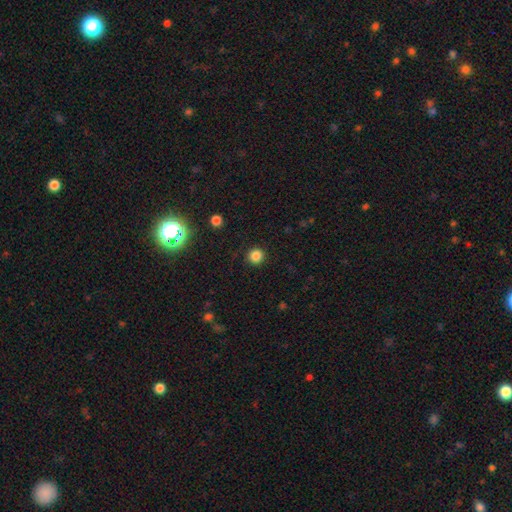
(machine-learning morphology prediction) The model was most divided on "smooth or featured": smooth: 84%, star or artifact: 12%, featured or disk: 4%. More confident: how rounded — round (94%); merging — none (92%).